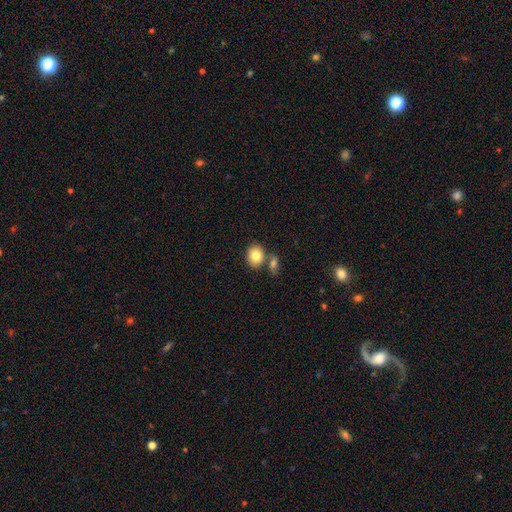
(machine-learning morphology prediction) The model was most divided on "how rounded": in between: 50%, round: 49%, cigar-shaped: 1%. More confident: smooth or featured — smooth (81%); merging — none (61%).